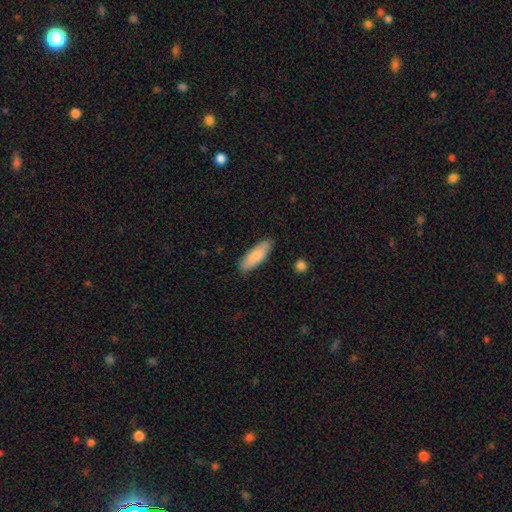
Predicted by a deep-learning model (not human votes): Smooth or featured? Predicted: smooth (p=0.82). How rounded? Predicted: in between (p=0.62). Merging? Predicted: none (p=0.87).